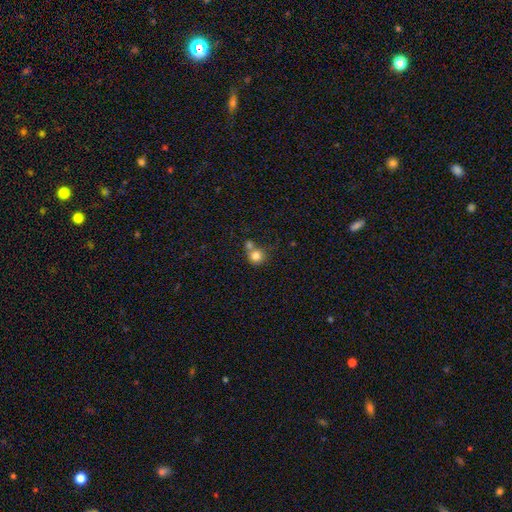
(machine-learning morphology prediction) A smooth galaxy with no disk features (80%) that is round (87%).

Vote fractions:
- Smooth or featured? smooth: 80% / star or artifact: 10% / featured or disk: 10%
- How rounded? round: 87% / in between: 12% / cigar-shaped: 1%
- Merging? none: 44% / merger: 42% / minor disturbance: 10% / major disturbance: 4%